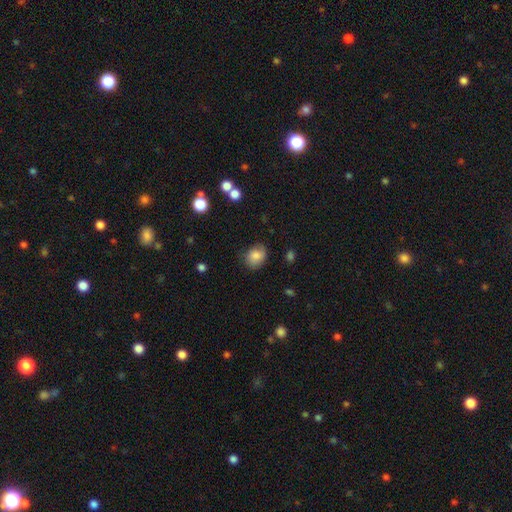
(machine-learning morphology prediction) Smooth or featured?
  - smooth: 81% *
  - featured or disk: 10%
  - star or artifact: 9%
How rounded?
  - round: 50% *
  - in between: 49%
  - cigar-shaped: 1%
Merging?
  - none: 76% *
  - minor disturbance: 18%
  - major disturbance: 4%
  - merger: 2%